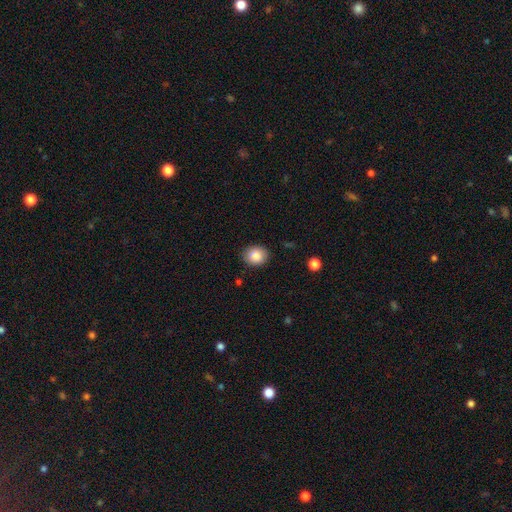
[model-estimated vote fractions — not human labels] Morphology: type=smooth (86%); roundness=round (63%); merging=none (84%).